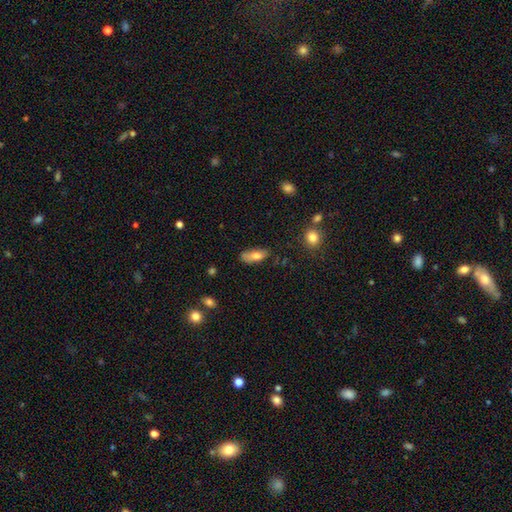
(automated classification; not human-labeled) smooth_or_featured: smooth (p=0.75) [alt: featured or disk p=0.17]
how_rounded: in between (p=0.76) [alt: cigar-shaped p=0.21]
merging: none (p=0.63) [alt: minor disturbance p=0.26]